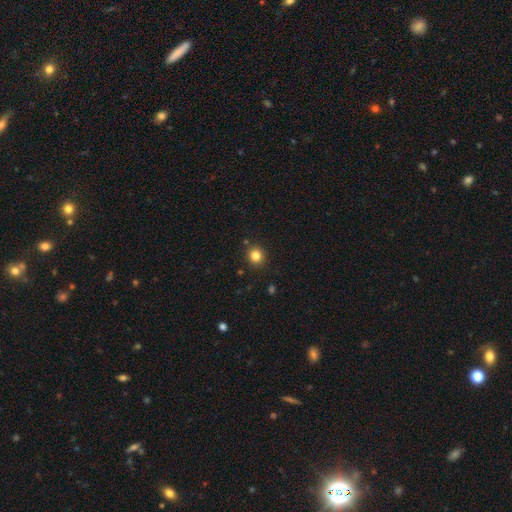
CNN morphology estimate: Overall: smooth (82%). How rounded: round (87%). Merging: none (89%).